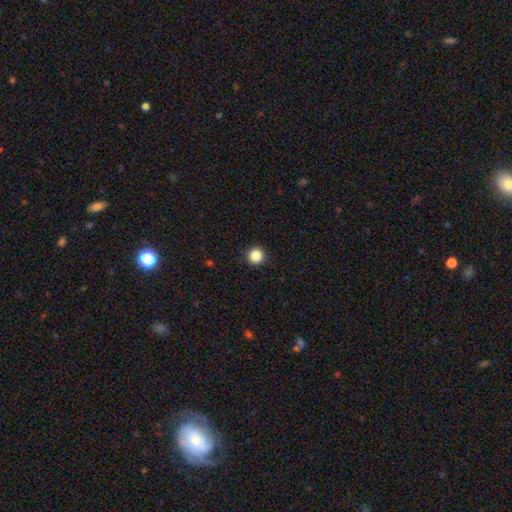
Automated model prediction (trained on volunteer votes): This is clearly a smooth galaxy (86%). How rounded: clearly round (96%). Merging: clearly none (93%).